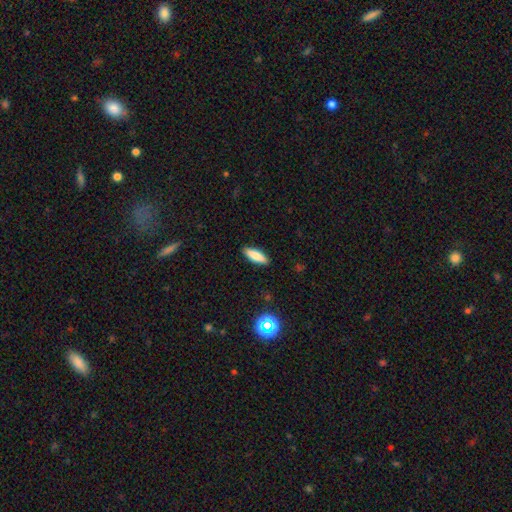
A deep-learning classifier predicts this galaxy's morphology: A smooth galaxy with no disk features (78%) that is in between round and cigar-shaped (55%). Merging: none (89%).